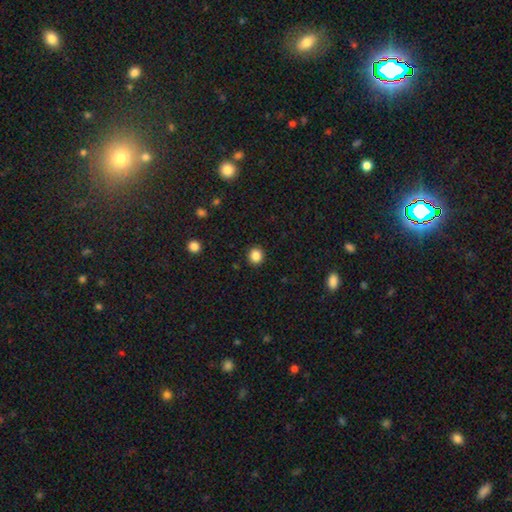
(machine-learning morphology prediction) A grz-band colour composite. It shows a smooth galaxy with no disk features (85%) that is round (89%). Merging: none (92%).